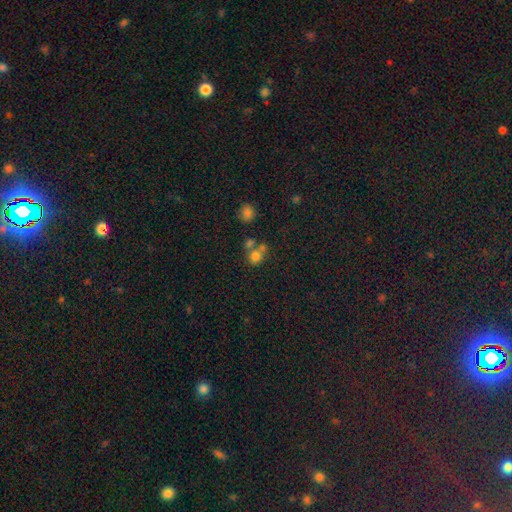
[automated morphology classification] This appears to be a smooth galaxy with no disk features (73%) that is round (75%). Merging: none (44%).